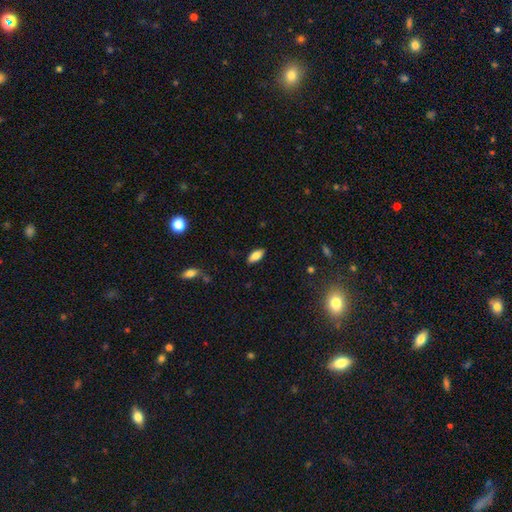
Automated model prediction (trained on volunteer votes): smooth-or-featured: smooth: 80% | featured or disk: 12% | star or artifact: 8%
  how-rounded: in between: 85% | cigar-shaped: 13% | round: 2%
  merging: none: 87% | minor disturbance: 9% | major disturbance: 2% | merger: 1%